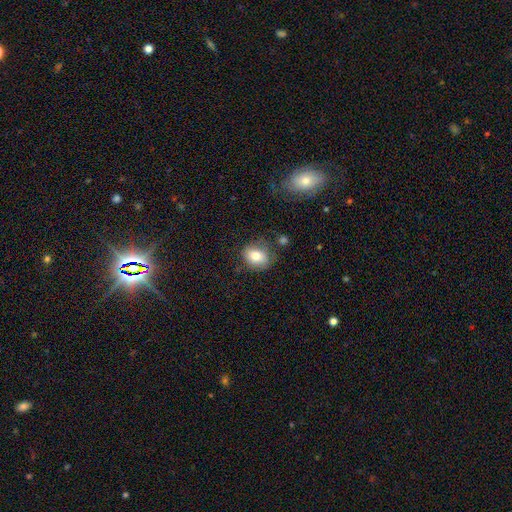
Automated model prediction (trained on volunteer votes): The model was most divided on "how rounded": in between: 58%, round: 41%, cigar-shaped: 1%. More confident: smooth or featured — smooth (77%); merging — none (67%).